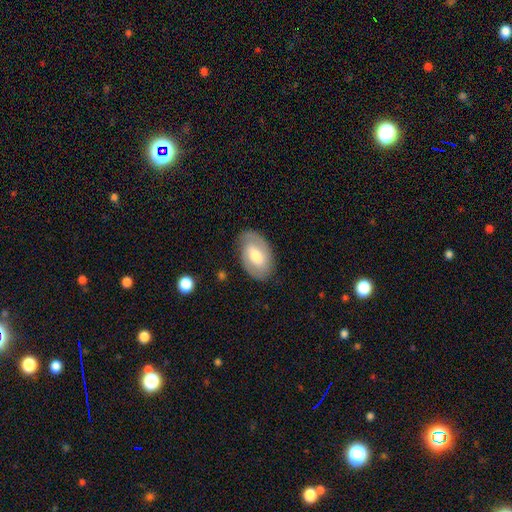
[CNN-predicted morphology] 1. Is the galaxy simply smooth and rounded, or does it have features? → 55% featured or disk, 39% smooth, 6% star or artifact.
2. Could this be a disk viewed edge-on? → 94% no, 6% yes.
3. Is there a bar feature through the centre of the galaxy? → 46% weak, 37% no, 17% strong.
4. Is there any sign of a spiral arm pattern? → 73% yes, 27% no.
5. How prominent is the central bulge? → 59% moderate, 22% small, 15% large, 2% none, 2% dominant.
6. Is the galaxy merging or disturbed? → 79% none, 15% minor disturbance, 5% major disturbance, 1% merger.